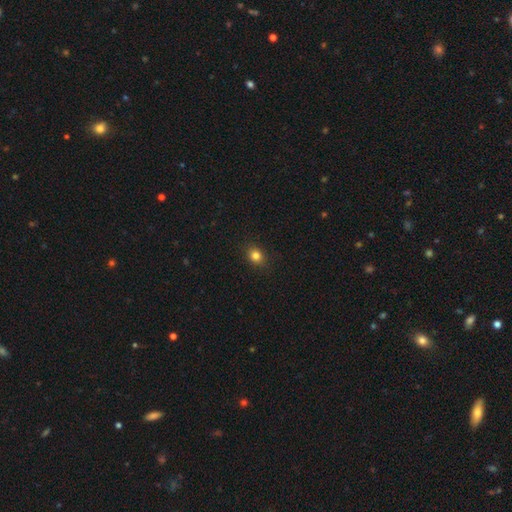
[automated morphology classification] smooth 82%, star or artifact 12%, featured or disk 5%. Down the decision tree: how rounded — round (58%); merging — none (89%).